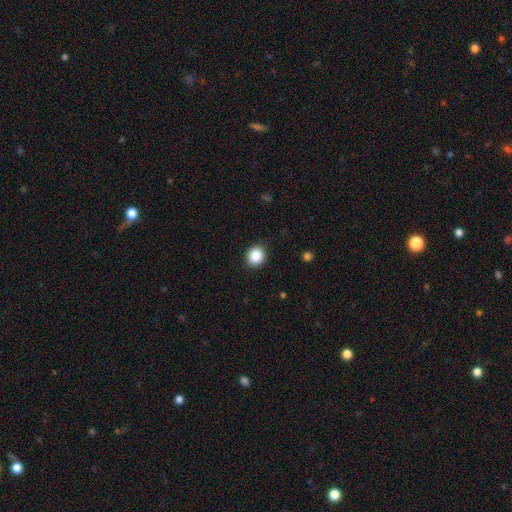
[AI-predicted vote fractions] This is clearly a smooth galaxy (87%). How rounded: clearly round (82%). Merging: clearly none (90%).